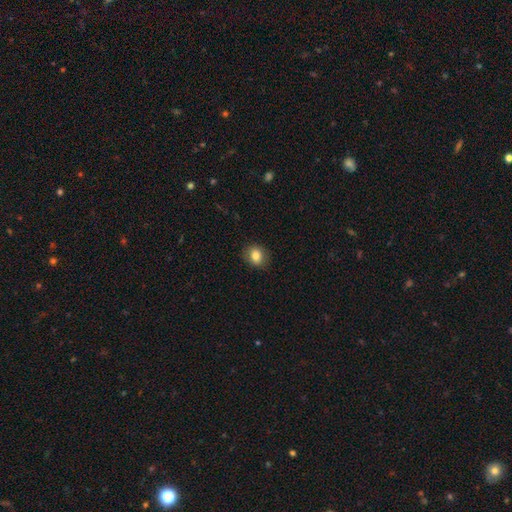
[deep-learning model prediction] This is clearly a smooth galaxy (82%). How rounded: likely round (64%). Merging: clearly none (87%).